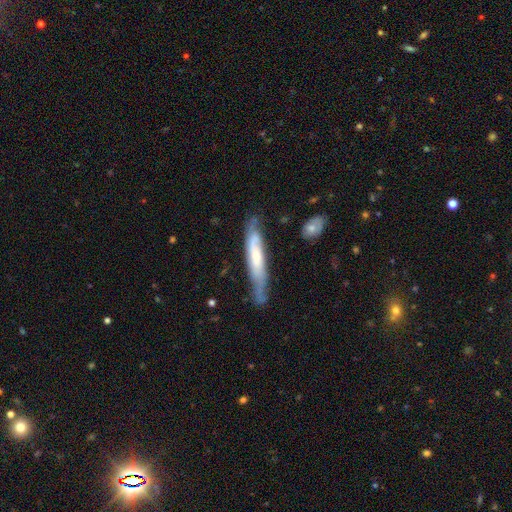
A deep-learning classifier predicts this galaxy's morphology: Smooth or featured? featured or disk (61%)
Edge-on disk? yes (60%)
Merging? none (63%)